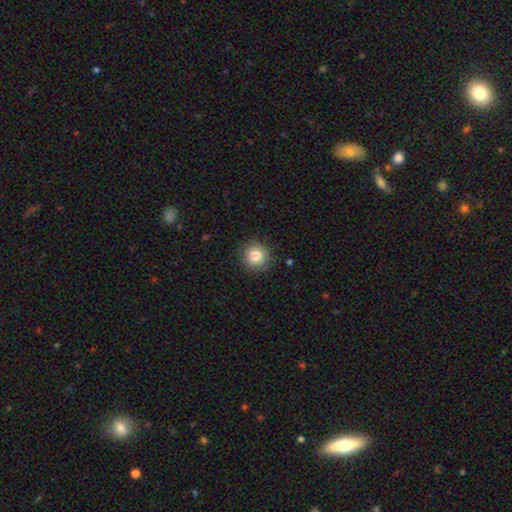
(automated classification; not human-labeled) Smooth or featured? Predicted: smooth (p=0.84). How rounded? Predicted: round (p=0.93). Merging? Predicted: none (p=0.88).